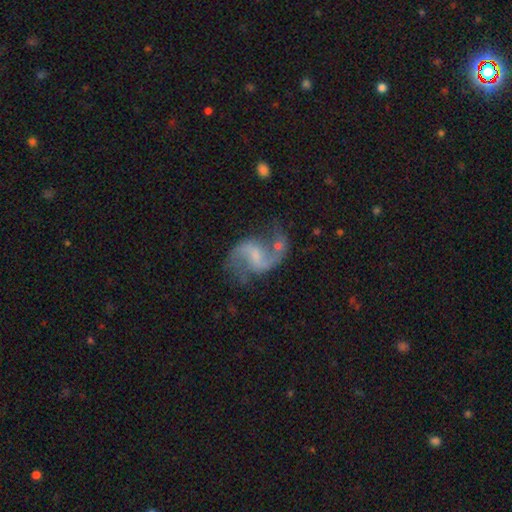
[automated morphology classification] This is clearly a featured or disk galaxy (89%). It is clearly not viewed edge-on (98%). Bar: possibly weak (54%). Spiral arm pattern: clearly yes (96%). Spiral arm count: clearly 2 (93%). Spiral winding: likely loose (62%). Central bulge: possibly small (51%). Merging: likely none (64%).